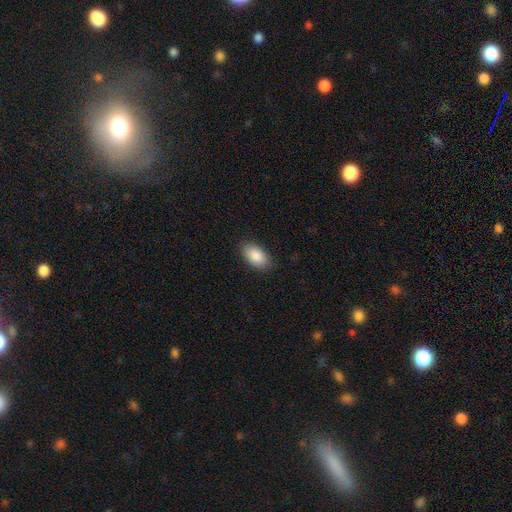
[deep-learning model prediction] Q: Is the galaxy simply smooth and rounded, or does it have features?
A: smooth — 88%.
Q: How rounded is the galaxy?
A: in between — 94%.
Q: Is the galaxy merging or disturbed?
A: none — 86%.